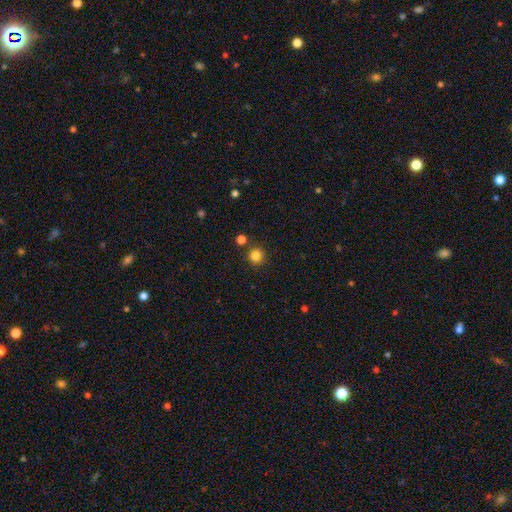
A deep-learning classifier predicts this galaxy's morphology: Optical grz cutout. It shows a smooth galaxy with no disk features (83%) that is round (94%). Merging: none (87%).